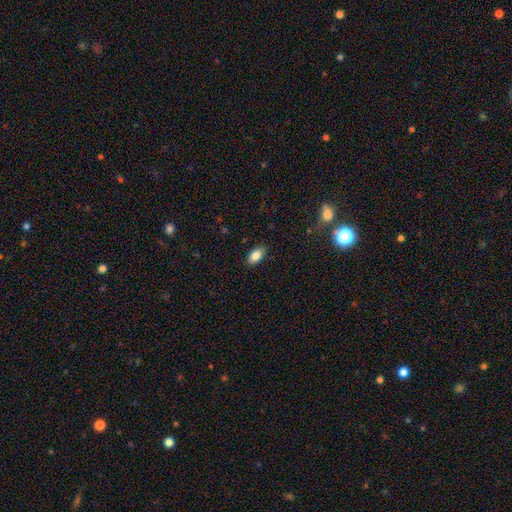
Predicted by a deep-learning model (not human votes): smooth_or_featured: smooth (p=0.85) [alt: star or artifact p=0.08]
how_rounded: in between (p=0.93) [alt: round p=0.04]
merging: none (p=0.88) [alt: minor disturbance p=0.09]